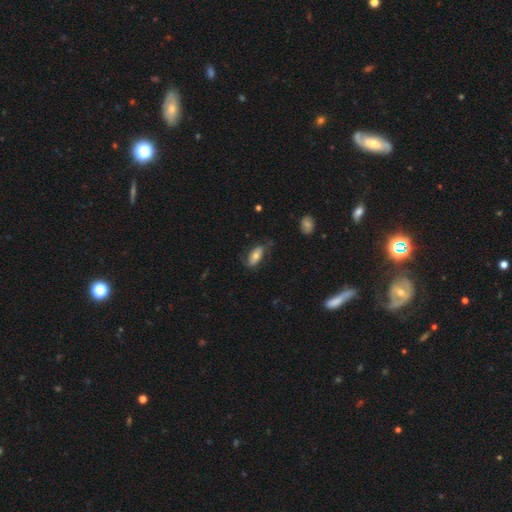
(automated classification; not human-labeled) Smooth or featured?
  - smooth: 56% *
  - featured or disk: 37%
  - star or artifact: 7%
How rounded?
  - in between: 85% *
  - cigar-shaped: 11%
  - round: 3%
Merging?
  - none: 61% *
  - minor disturbance: 25%
  - major disturbance: 12%
  - merger: 2%